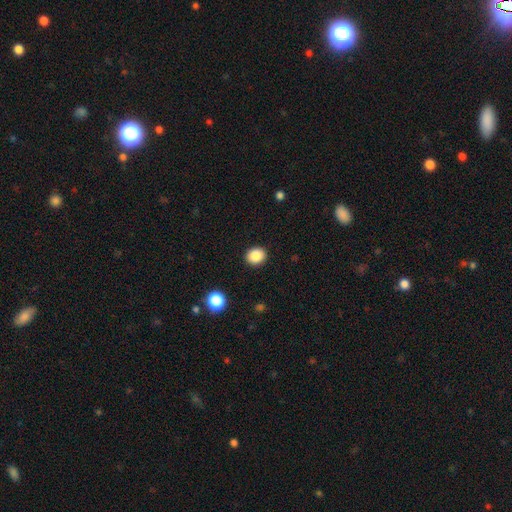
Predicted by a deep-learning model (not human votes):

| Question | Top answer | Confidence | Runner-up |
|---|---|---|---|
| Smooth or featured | smooth | 86% | star or artifact (10%) |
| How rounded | round | 71% | in between (28%) |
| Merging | none | 91% | minor disturbance (6%) |